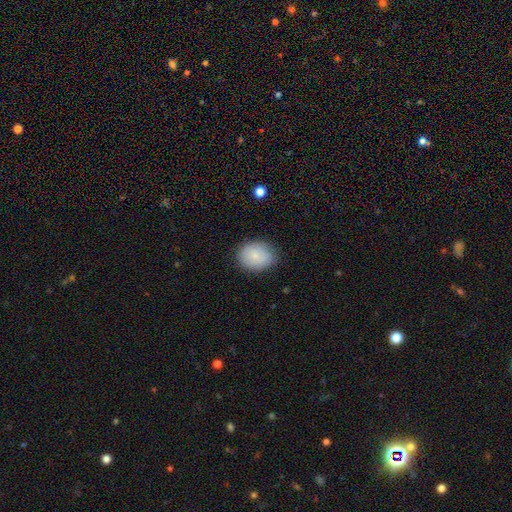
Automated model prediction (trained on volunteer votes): smooth 84%, featured or disk 9%, star or artifact 8%. Down the decision tree: how rounded — in between (53%); merging — none (82%).